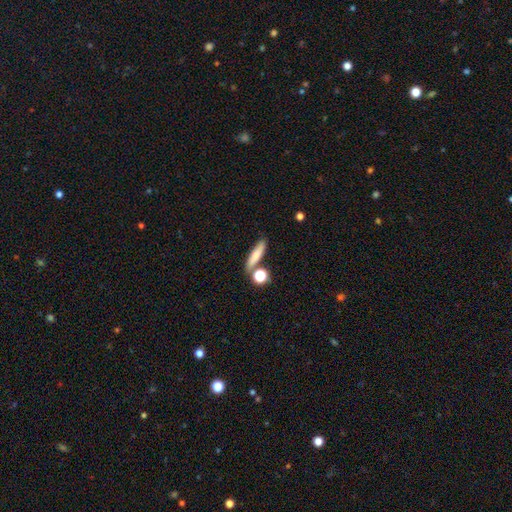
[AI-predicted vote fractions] Smooth or featured?
  - smooth: 76% *
  - featured or disk: 15%
  - star or artifact: 9%
How rounded?
  - cigar-shaped: 64% *
  - in between: 26%
  - round: 10%
Merging?
  - none: 69% *
  - merger: 14%
  - minor disturbance: 13%
  - major disturbance: 4%